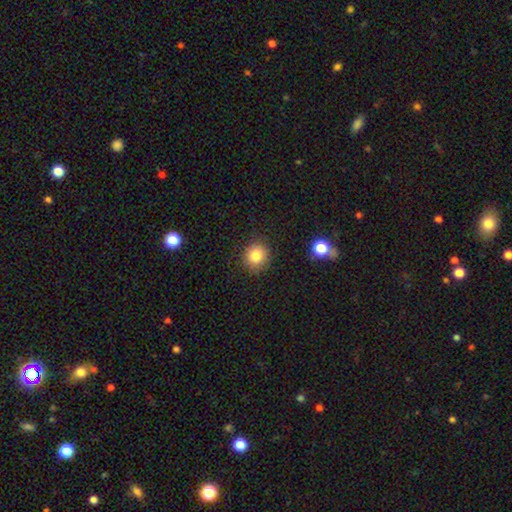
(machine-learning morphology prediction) Q: Smooth or featured?
A: smooth (82%); runner-up: star or artifact (11%)
Q: How rounded?
A: round (87%); runner-up: in between (12%)
Q: Merging?
A: none (87%); runner-up: minor disturbance (9%)